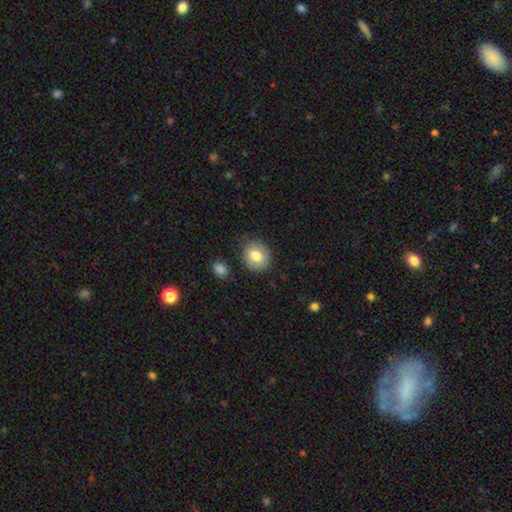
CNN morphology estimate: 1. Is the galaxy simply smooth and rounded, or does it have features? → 80% smooth, 12% featured or disk, 8% star or artifact.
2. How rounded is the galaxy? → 66% round, 33% in between, 1% cigar-shaped.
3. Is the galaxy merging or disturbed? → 78% none, 16% minor disturbance, 4% major disturbance, 3% merger.